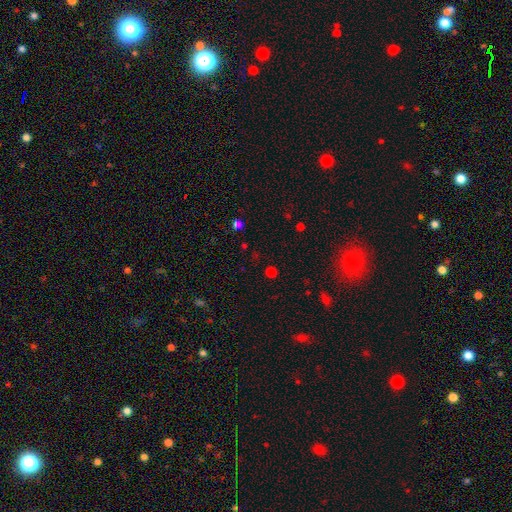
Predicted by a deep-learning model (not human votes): Morphology: type=smooth (48%); merging=none (83%).